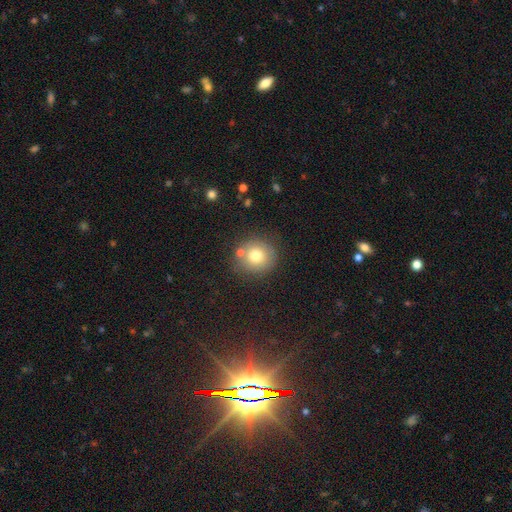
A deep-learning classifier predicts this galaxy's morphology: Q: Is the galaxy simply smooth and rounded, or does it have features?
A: smooth — 75%.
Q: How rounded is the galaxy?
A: round — 89%.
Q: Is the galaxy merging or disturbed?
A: none — 74%.